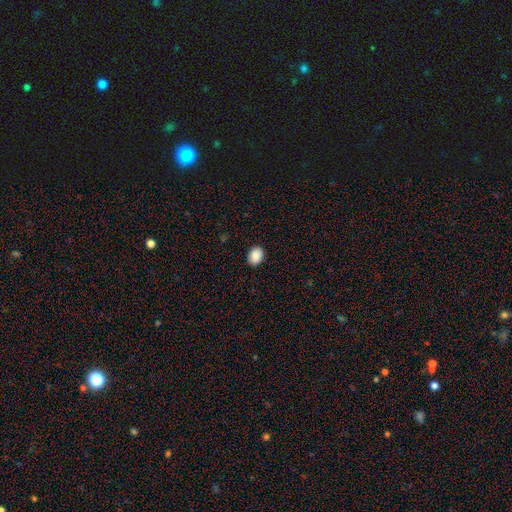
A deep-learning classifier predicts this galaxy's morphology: A smooth galaxy with no disk features (89%) that is in between round and cigar-shaped (70%).

Vote fractions:
- Smooth or featured? smooth: 89% / star or artifact: 8% / featured or disk: 3%
- How rounded? in between: 70% / round: 29% / cigar-shaped: 1%
- Merging? none: 89% / minor disturbance: 8% / major disturbance: 2% / merger: 1%